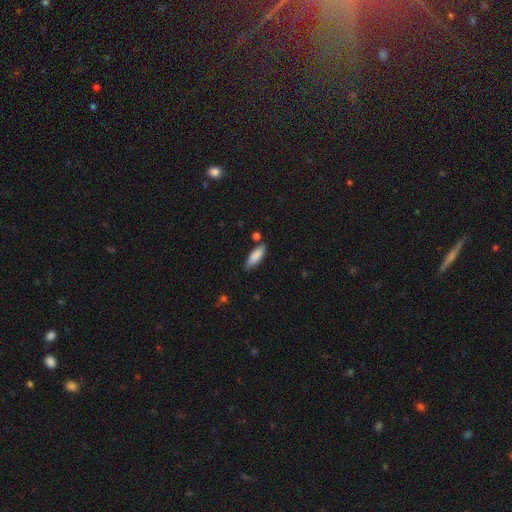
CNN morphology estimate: smooth_or_featured: smooth (p=0.87) [alt: featured or disk p=0.07]
how_rounded: in between (p=0.58) [alt: cigar-shaped p=0.40]
merging: none (p=0.76) [alt: minor disturbance p=0.16]